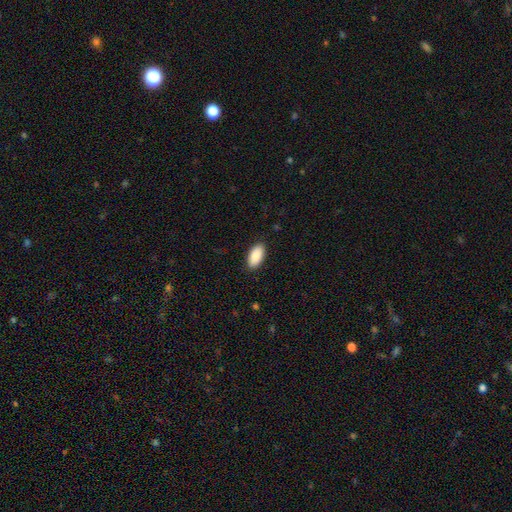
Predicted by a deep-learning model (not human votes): Q: Smooth or featured?
A: smooth (90%); runner-up: star or artifact (6%)
Q: How rounded?
A: in between (94%); runner-up: cigar-shaped (4%)
Q: Merging?
A: none (89%); runner-up: minor disturbance (8%)